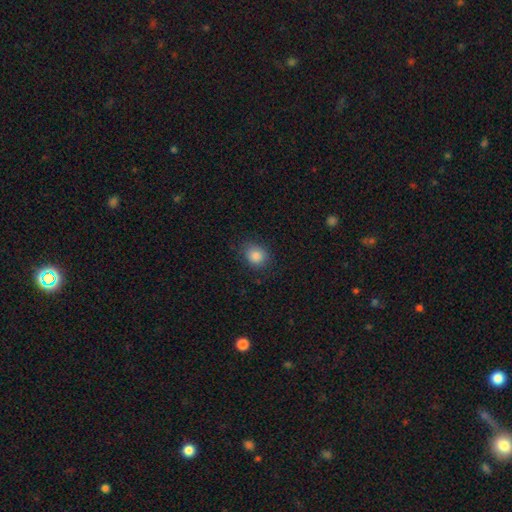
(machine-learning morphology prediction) A smooth galaxy with no disk features (86%) that is round (71%).

Vote fractions:
- Smooth or featured? smooth: 86% / star or artifact: 10% / featured or disk: 4%
- How rounded? round: 71% / in between: 29% / cigar-shaped: 1%
- Merging? none: 83% / minor disturbance: 12% / major disturbance: 3% / merger: 1%